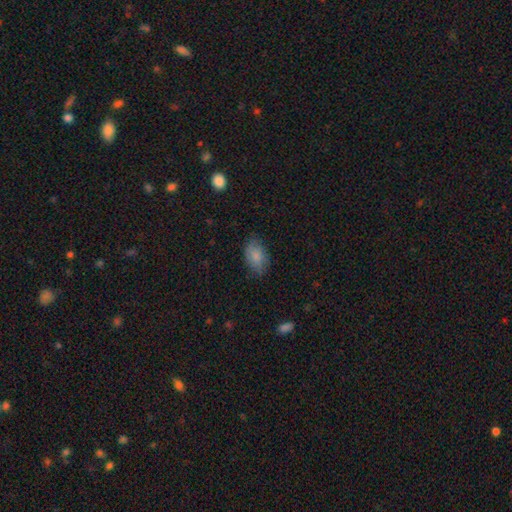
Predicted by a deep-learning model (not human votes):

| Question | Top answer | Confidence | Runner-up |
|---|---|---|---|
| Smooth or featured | smooth | 81% | featured or disk (12%) |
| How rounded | in between | 88% | round (11%) |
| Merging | none | 76% | minor disturbance (19%) |